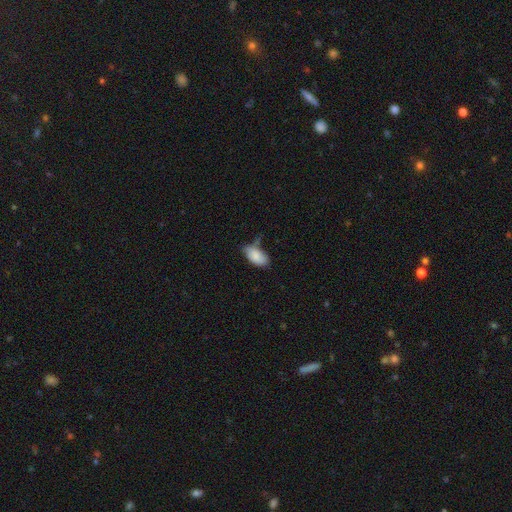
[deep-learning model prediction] Smooth or featured? Predicted: smooth (p=0.85). How rounded? Predicted: in between (p=0.94). Merging? Predicted: none (p=0.47).